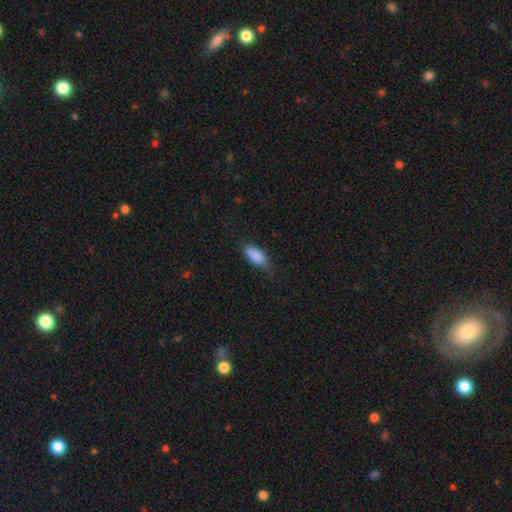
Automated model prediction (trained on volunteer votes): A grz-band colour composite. It shows a smooth galaxy with no disk features (86%) that is in between round and cigar-shaped (84%). Merging: none (60%).